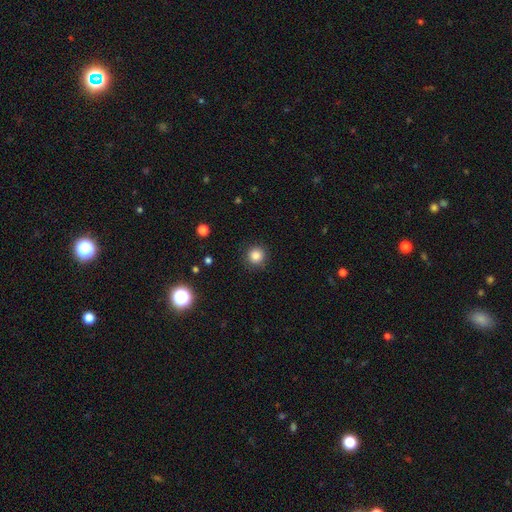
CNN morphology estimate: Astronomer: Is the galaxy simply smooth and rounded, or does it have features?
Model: smooth — 84%.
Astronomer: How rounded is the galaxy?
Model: round — 94%.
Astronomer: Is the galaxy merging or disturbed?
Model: none — 89%.